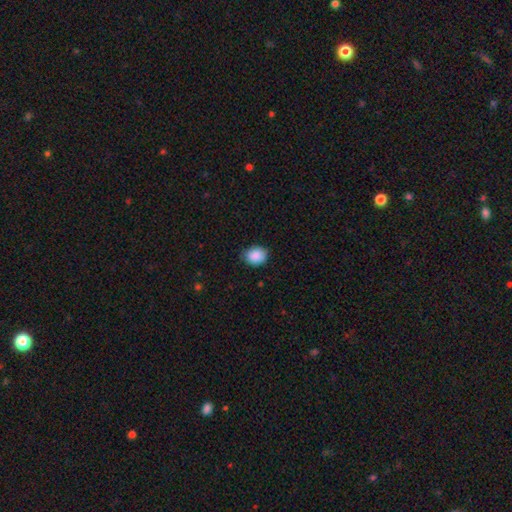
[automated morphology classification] Smooth or featured? Predicted: smooth (p=0.89). How rounded? Predicted: round (p=0.55). Merging? Predicted: none (p=0.79).